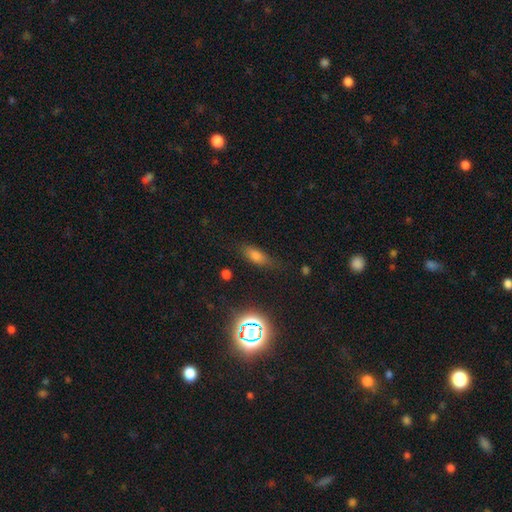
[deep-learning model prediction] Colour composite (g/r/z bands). It shows a smooth galaxy with no disk features (68%) that is in between round and cigar-shaped (69%). Merging: none (72%).